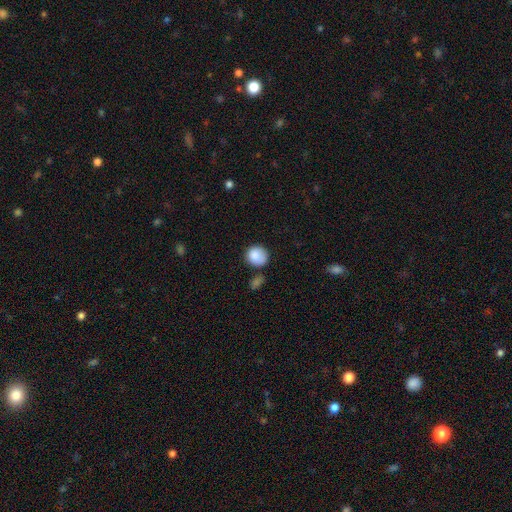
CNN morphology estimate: The model was most divided on "merging": none: 61%, minor disturbance: 24%, merger: 9%, major disturbance: 7%. More confident: smooth or featured — smooth (86%); how rounded — round (82%).